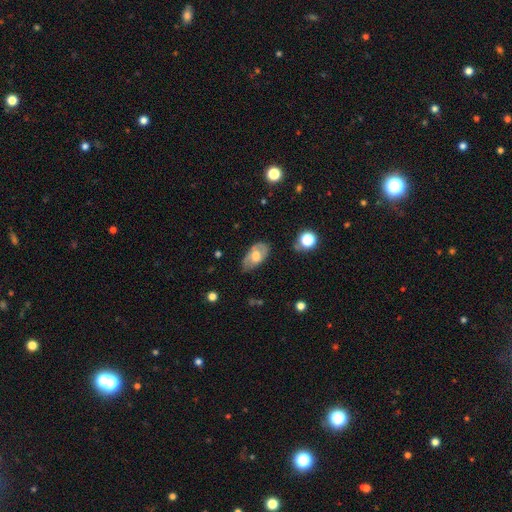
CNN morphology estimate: smooth_or_featured: smooth (p=0.50) [alt: featured or disk p=0.42]
how_rounded: in between (p=0.92) [alt: round p=0.05]
merging: none (p=0.63) [alt: minor disturbance p=0.27]